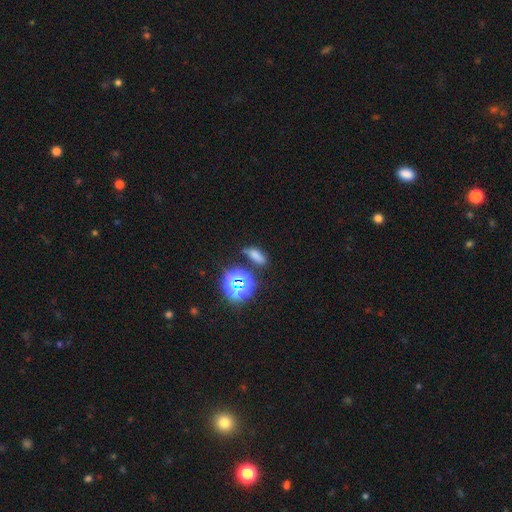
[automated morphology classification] type=smooth (64%); roundness=in between (69%); merging=none (71%).